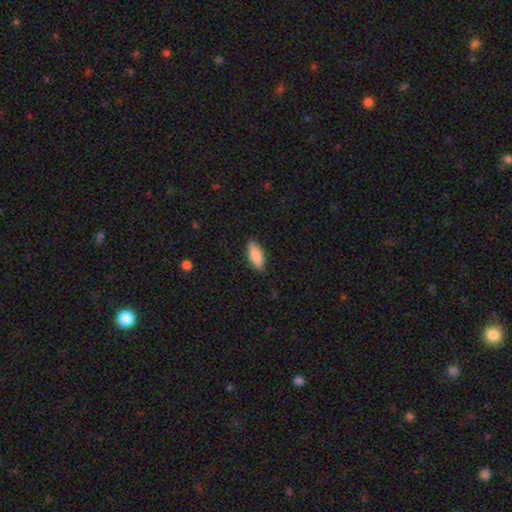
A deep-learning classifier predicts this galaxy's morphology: Smooth or featured?
  - smooth: 80% *
  - featured or disk: 14%
  - star or artifact: 6%
How rounded?
  - in between: 69% *
  - cigar-shaped: 29%
  - round: 2%
Merging?
  - none: 84% *
  - minor disturbance: 12%
  - major disturbance: 2%
  - merger: 1%